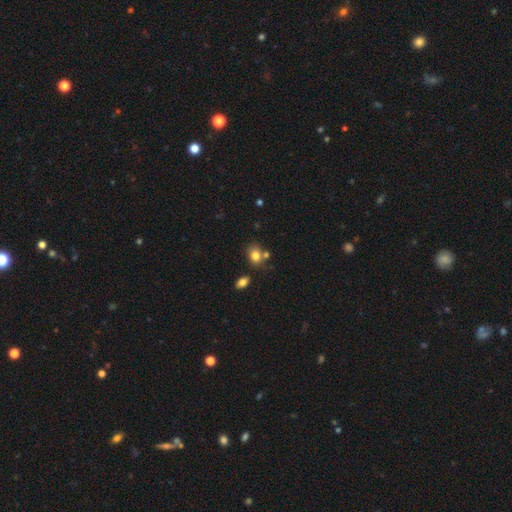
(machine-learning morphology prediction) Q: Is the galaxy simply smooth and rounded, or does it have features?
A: smooth — 80%.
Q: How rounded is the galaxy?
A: in between — 57%.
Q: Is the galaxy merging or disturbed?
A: none — 62%.